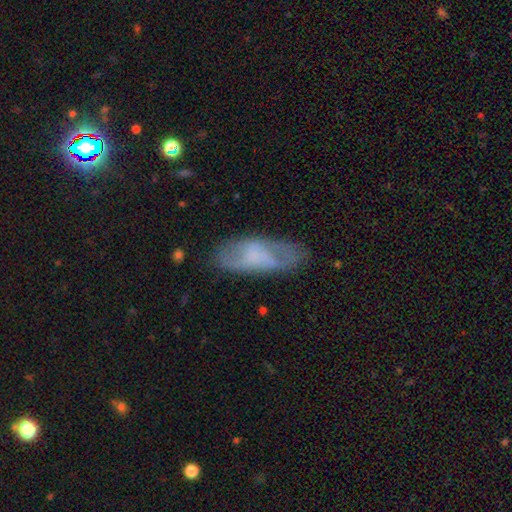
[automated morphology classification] Smooth or featured? Predicted: smooth (p=0.50). How rounded? Predicted: in between (p=0.76). Merging? Predicted: none (p=0.64).